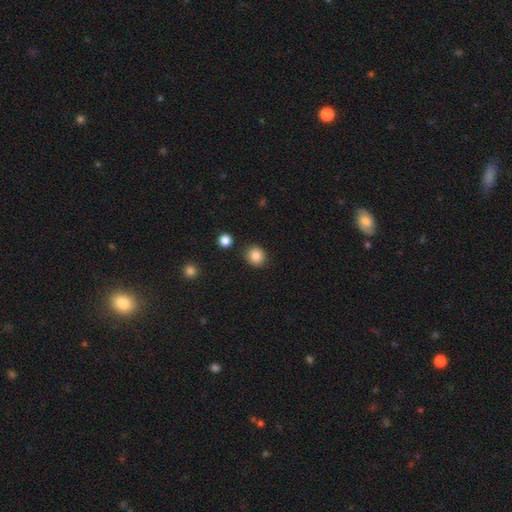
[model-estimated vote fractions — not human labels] A smooth galaxy with no disk features (85%) that is round (86%).

Vote fractions:
- Smooth or featured? smooth: 85% / star or artifact: 10% / featured or disk: 5%
- How rounded? round: 86% / in between: 13% / cigar-shaped: 1%
- Merging? none: 88% / minor disturbance: 7% / merger: 3% / major disturbance: 2%